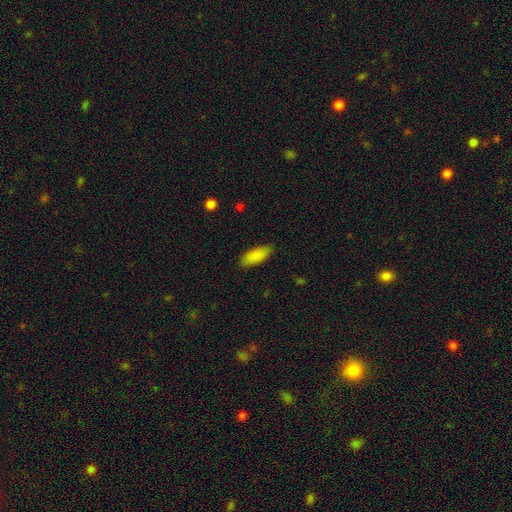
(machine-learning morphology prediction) Smooth or featured? Predicted: smooth (p=0.88). How rounded? Predicted: in between (p=0.82). Merging? Predicted: none (p=0.87).